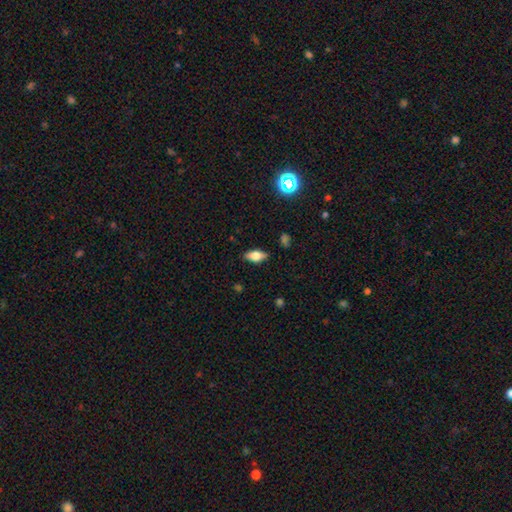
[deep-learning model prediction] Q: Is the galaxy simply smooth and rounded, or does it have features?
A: smooth — 66%.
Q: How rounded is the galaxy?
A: in between — 84%.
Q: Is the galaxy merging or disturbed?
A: none — 83%.